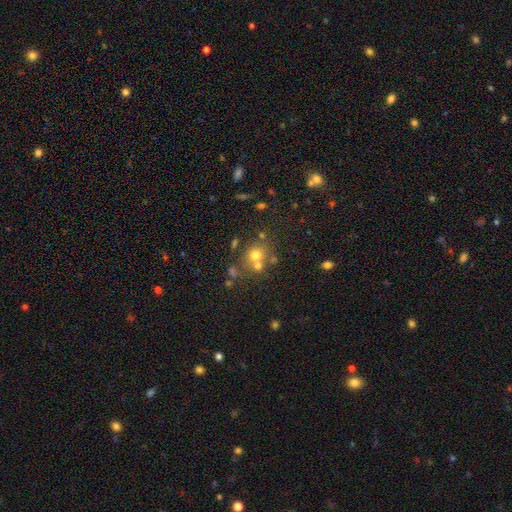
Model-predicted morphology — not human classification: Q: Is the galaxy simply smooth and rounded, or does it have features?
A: smooth — 65%.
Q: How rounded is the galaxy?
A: round — 80%.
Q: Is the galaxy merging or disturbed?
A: none — 55%.